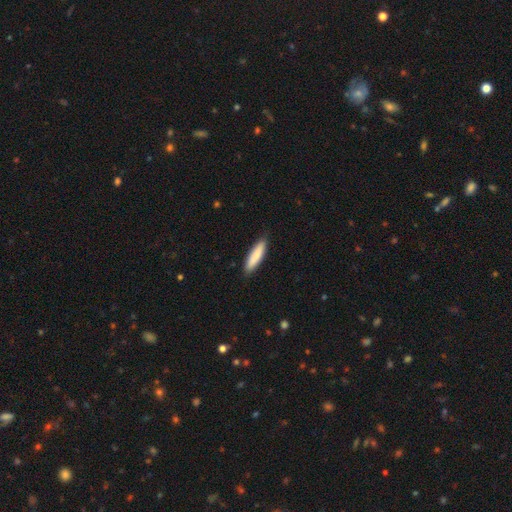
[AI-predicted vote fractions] Smooth or featured?
  - smooth: 85% *
  - featured or disk: 10%
  - star or artifact: 5%
How rounded?
  - cigar-shaped: 71% *
  - in between: 28%
  - round: 1%
Merging?
  - none: 87% *
  - minor disturbance: 10%
  - major disturbance: 2%
  - merger: 1%